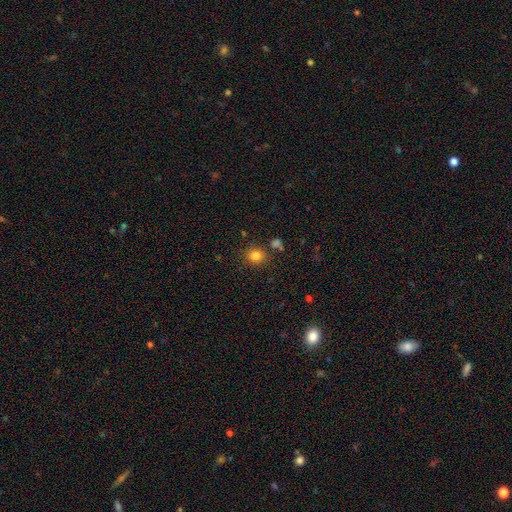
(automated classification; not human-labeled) Q: Smooth or featured?
A: smooth (82%); runner-up: star or artifact (13%)
Q: How rounded?
A: round (85%); runner-up: in between (14%)
Q: Merging?
A: none (83%); runner-up: minor disturbance (8%)